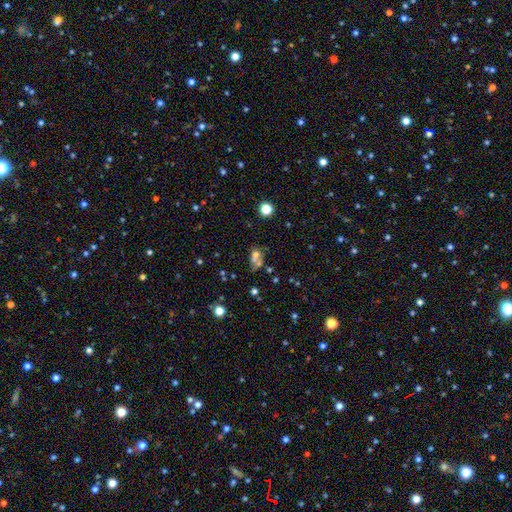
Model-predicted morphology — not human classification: Q: Smooth or featured?
A: smooth (54%); runner-up: star or artifact (23%)
Q: How rounded?
A: round (59%); runner-up: in between (39%)
Q: Merging?
A: merger (49%); runner-up: none (32%)